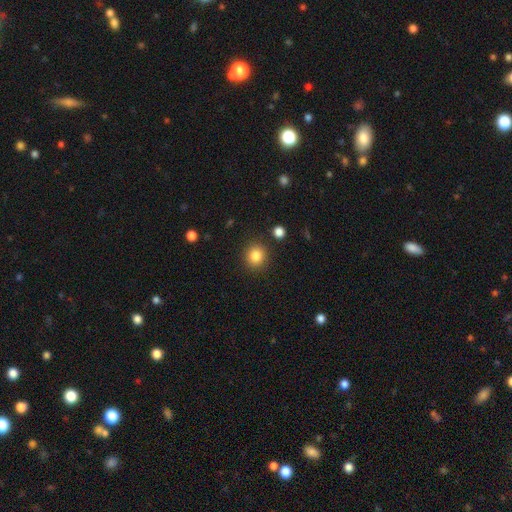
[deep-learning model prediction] Q: Smooth or featured?
A: smooth (85%); runner-up: star or artifact (10%)
Q: How rounded?
A: round (86%); runner-up: in between (13%)
Q: Merging?
A: none (89%); runner-up: minor disturbance (7%)